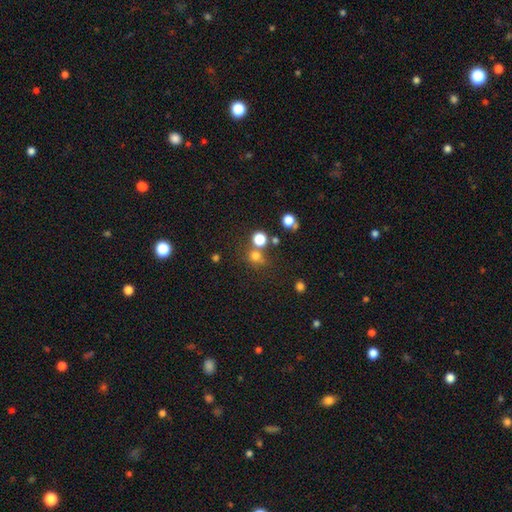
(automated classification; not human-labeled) smooth 71%, star or artifact 21%, featured or disk 8%. Down the decision tree: how rounded — round (87%); merging — none (63%).